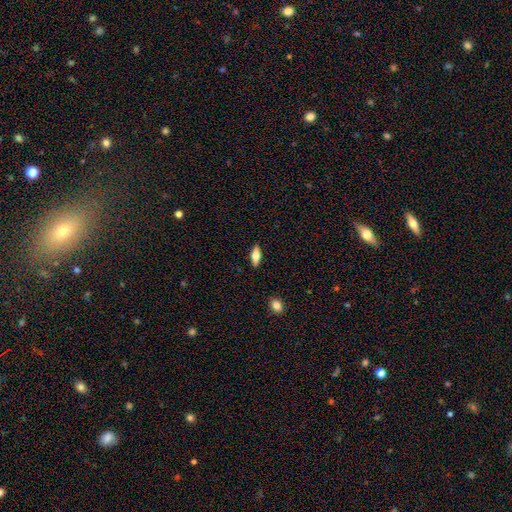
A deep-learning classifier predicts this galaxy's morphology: Q: Smooth or featured?
A: smooth (56%); runner-up: featured or disk (37%)
Q: How rounded?
A: in between (64%); runner-up: cigar-shaped (33%)
Q: Merging?
A: none (88%); runner-up: minor disturbance (9%)